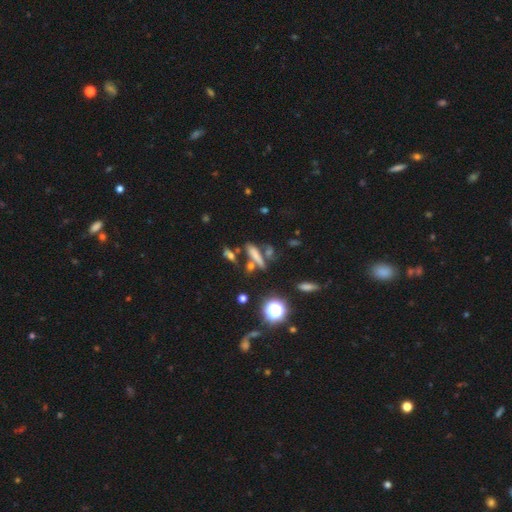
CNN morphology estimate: smooth-or-featured: smooth: 58% | featured or disk: 21% | star or artifact: 21%
  how-rounded: cigar-shaped: 68% | in between: 23% | round: 9%
  merging: none: 56% | merger: 23% | minor disturbance: 14% | major disturbance: 7%